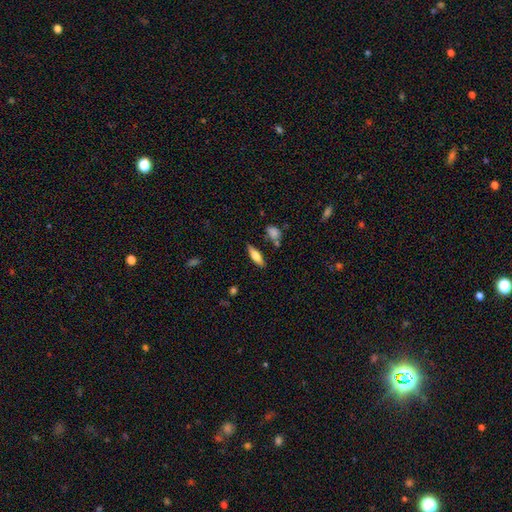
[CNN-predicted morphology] smooth_or_featured: smooth (p=0.64) [alt: featured or disk p=0.29]
how_rounded: in between (p=0.56) [alt: cigar-shaped p=0.42]
merging: none (p=0.82) [alt: minor disturbance p=0.12]